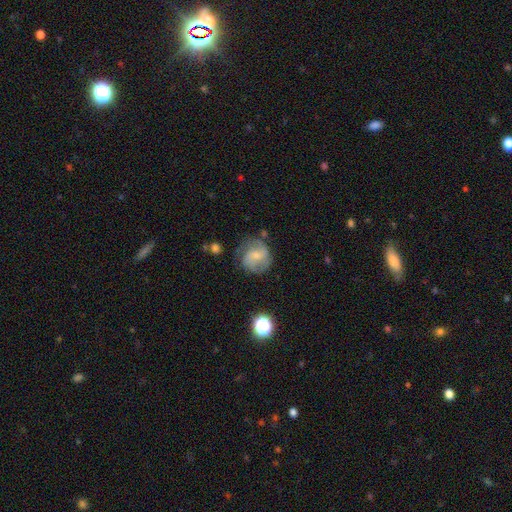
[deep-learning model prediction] smooth-or-featured: featured or disk: 56% | smooth: 36% | star or artifact: 8%
  disk-edge-on: no: 98% | yes: 2%
    bar: no: 45% (tied) | weak: 45% (tied) | strong: 11%
    has-spiral-arms: yes: 86% | no: 14%
    bulge-size: small: 54% | moderate: 25% | none: 17% | large: 3% | dominant: 1%
  merging: none: 64% | minor disturbance: 22% | major disturbance: 12% | merger: 3%